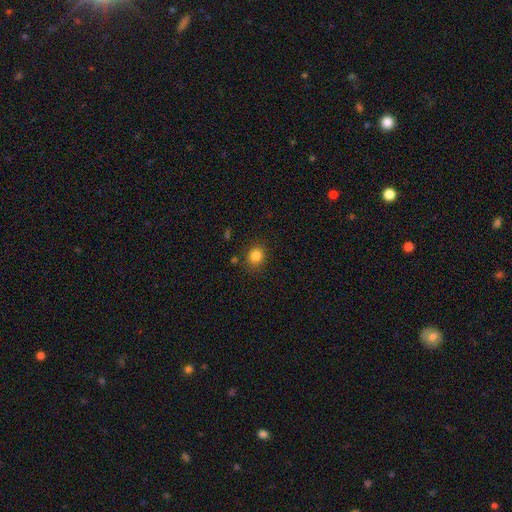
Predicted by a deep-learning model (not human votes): The model was most divided on "how rounded": round: 71%, in between: 28%, cigar-shaped: 1%. More confident: merging — none (84%); smooth or featured — smooth (83%).